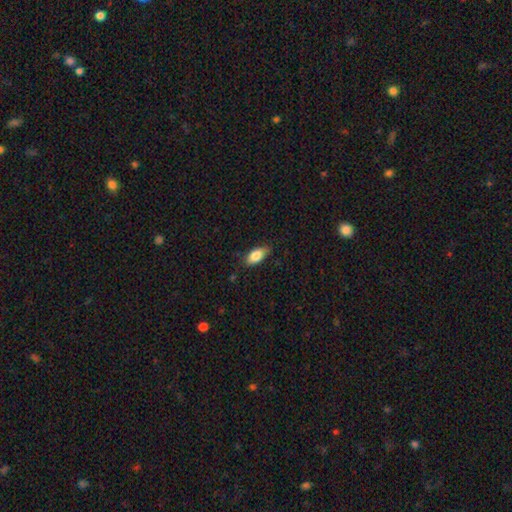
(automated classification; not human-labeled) The model was most divided on "merging": none: 75%, minor disturbance: 21%, major disturbance: 3%, merger: 1%. More confident: how rounded — in between (89%); smooth or featured — smooth (83%).